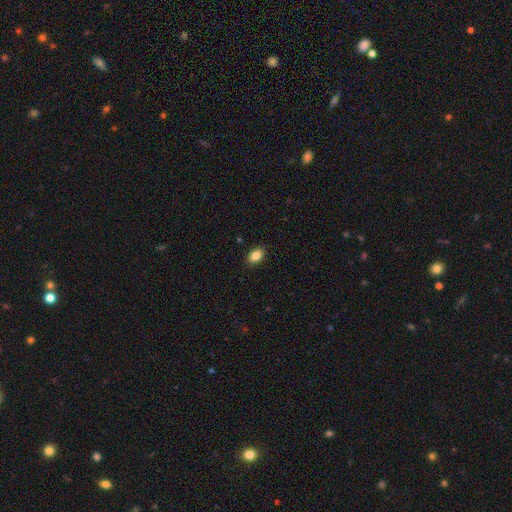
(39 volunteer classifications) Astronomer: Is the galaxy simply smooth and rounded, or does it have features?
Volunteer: smooth — 92%.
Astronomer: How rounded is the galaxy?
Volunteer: in between — 92%.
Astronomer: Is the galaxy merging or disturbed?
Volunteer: none — 89%.